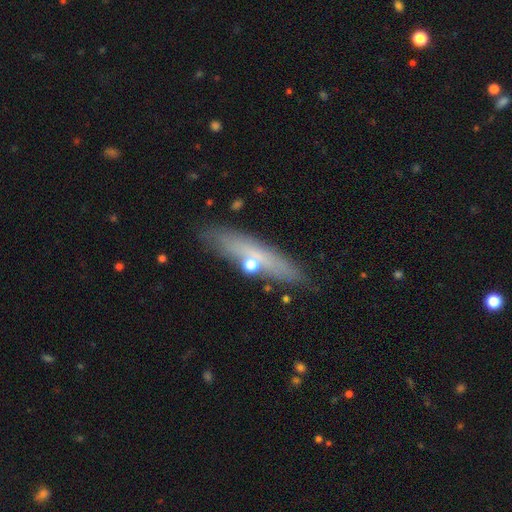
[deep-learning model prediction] smooth-or-featured: featured or disk: 50% | smooth: 41% | star or artifact: 9%
  disk-edge-on: yes: 71% | no: 29%
  merging: none: 83% | minor disturbance: 11% | merger: 3% | major disturbance: 3%